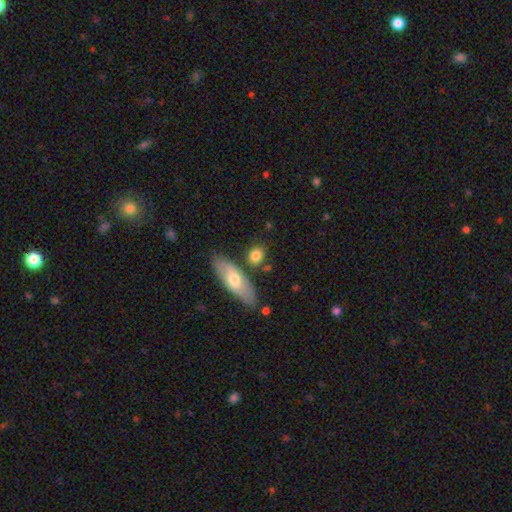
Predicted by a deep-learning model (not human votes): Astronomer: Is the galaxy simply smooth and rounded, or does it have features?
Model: smooth — 79%.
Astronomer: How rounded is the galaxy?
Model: in between — 47% (runner-up: round, 41%).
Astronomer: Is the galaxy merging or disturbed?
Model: none — 71%.